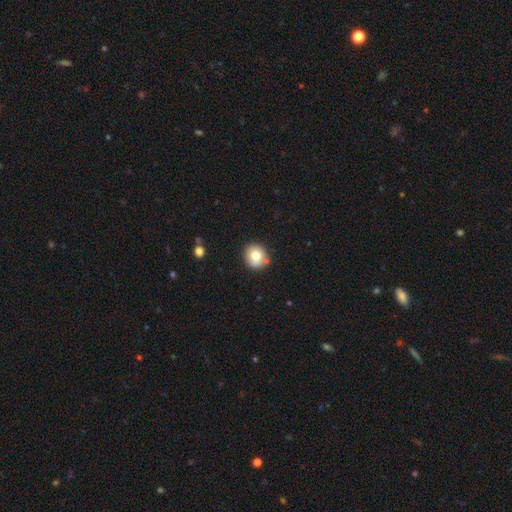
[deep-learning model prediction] Smooth or featured? smooth (75%)
How rounded? round (88%)
Merging? none (78%)